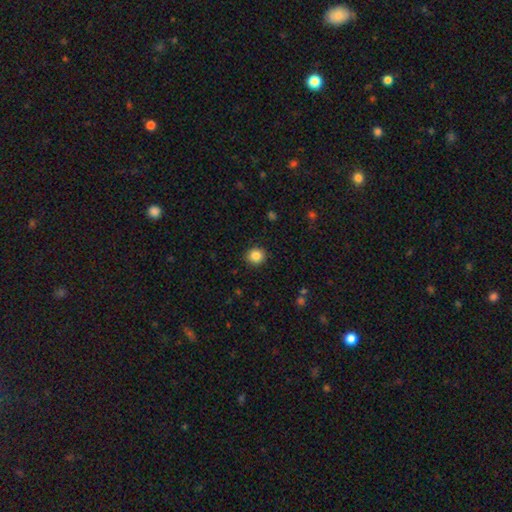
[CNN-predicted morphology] type=smooth (86%); roundness=round (89%); merging=none (91%).